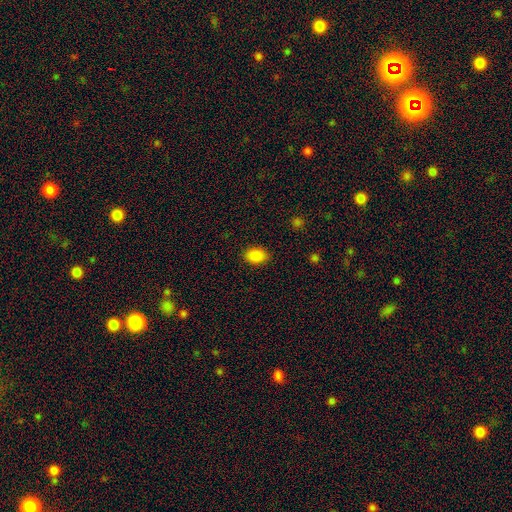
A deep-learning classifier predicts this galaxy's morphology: smooth_or_featured: smooth (p=0.87) [alt: star or artifact p=0.09]
how_rounded: in between (p=0.78) [alt: round p=0.21]
merging: none (p=0.88) [alt: minor disturbance p=0.09]